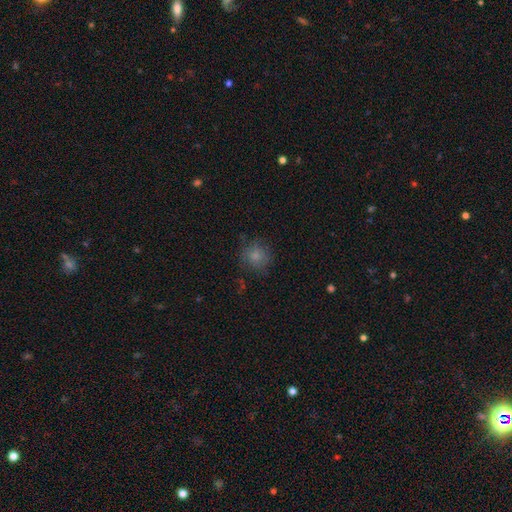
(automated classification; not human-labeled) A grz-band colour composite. It shows a smooth galaxy with no disk features (79%) that is round (89%). Merging: none (76%).